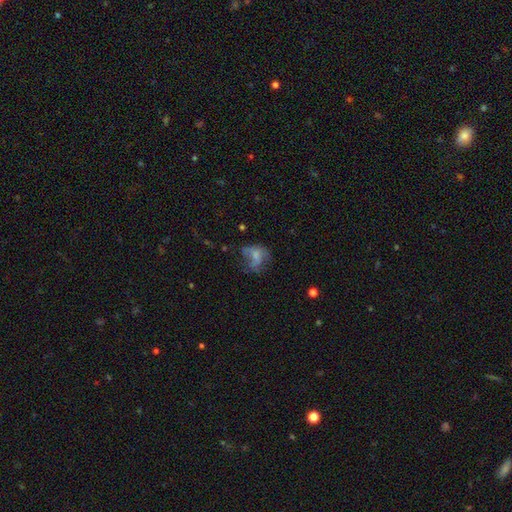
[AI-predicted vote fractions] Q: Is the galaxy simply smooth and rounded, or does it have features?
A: smooth — 48%.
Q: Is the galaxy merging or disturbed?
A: major disturbance — 38%.